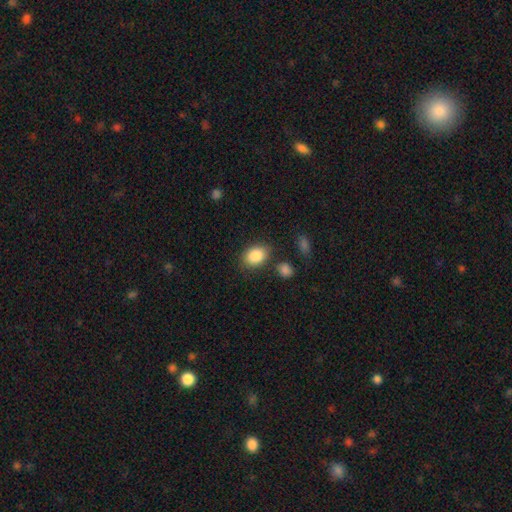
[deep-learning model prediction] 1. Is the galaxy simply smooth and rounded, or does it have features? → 86% smooth, 8% star or artifact, 6% featured or disk.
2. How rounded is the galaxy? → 75% in between, 24% round, 1% cigar-shaped.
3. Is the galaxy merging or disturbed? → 78% none, 12% minor disturbance, 5% merger, 4% major disturbance.